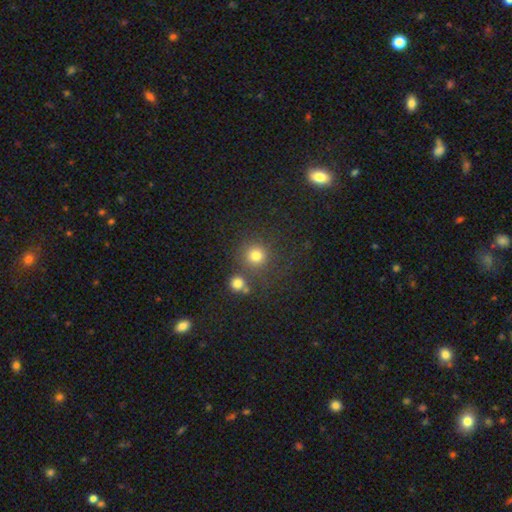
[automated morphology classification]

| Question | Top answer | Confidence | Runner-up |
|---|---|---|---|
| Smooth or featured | smooth | 77% | star or artifact (16%) |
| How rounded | round | 92% | in between (7%) |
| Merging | none | 72% | merger (15%) |